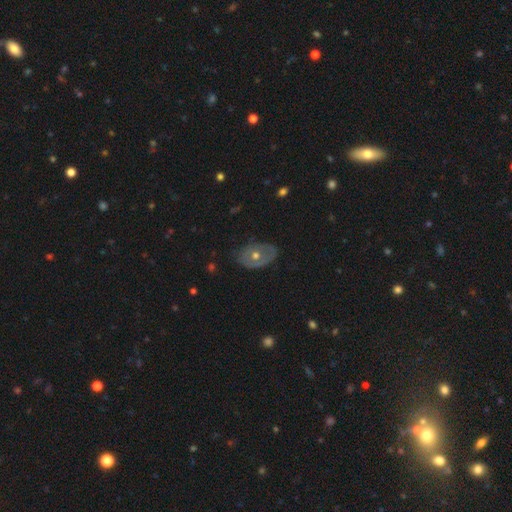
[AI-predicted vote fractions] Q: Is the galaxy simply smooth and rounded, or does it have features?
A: featured or disk — 55%.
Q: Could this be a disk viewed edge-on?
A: no — 91%.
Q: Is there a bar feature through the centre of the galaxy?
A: no — 90%.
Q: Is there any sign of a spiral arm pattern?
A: no — 79%.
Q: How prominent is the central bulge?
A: moderate — 72%.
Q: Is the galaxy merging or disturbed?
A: none — 72%.